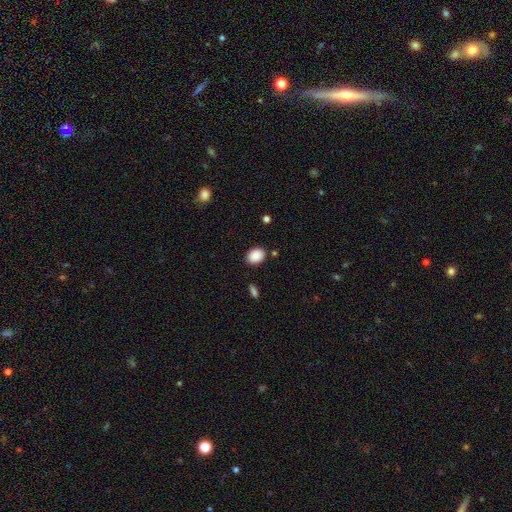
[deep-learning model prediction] Q: Smooth or featured?
A: smooth (89%); runner-up: star or artifact (8%)
Q: How rounded?
A: in between (71%); runner-up: round (28%)
Q: Merging?
A: none (85%); runner-up: minor disturbance (10%)